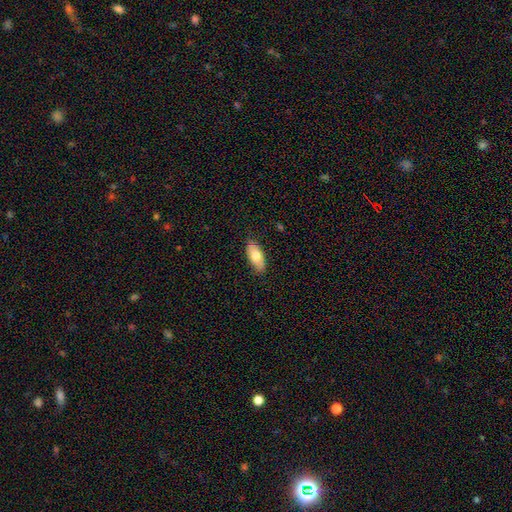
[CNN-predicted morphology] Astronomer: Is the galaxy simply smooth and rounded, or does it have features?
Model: smooth — 74%.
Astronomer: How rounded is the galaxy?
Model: in between — 86%.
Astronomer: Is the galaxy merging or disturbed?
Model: none — 85%.